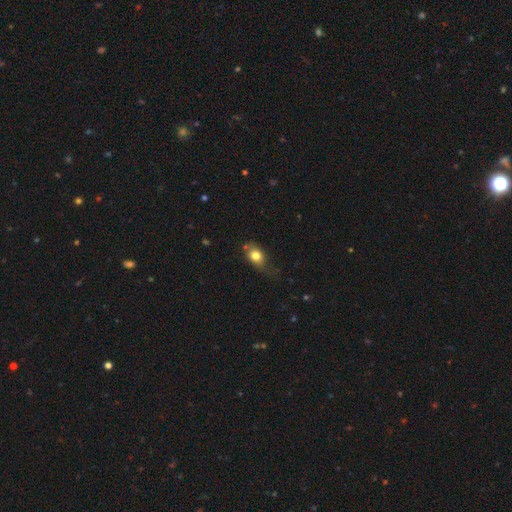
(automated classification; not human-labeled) Overall: smooth (77%). How rounded: in between (63%; round 34%). Merging: none (54%; minor disturbance 30%).